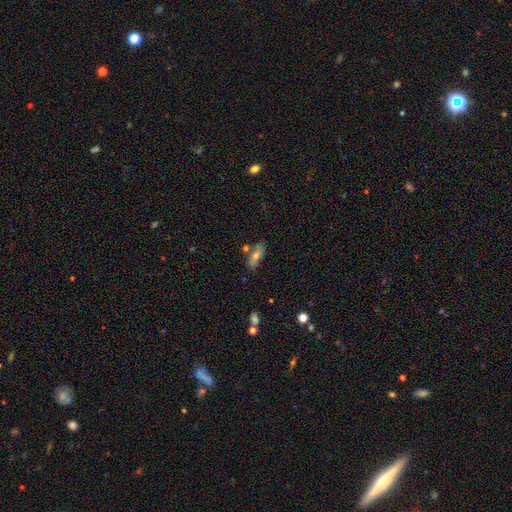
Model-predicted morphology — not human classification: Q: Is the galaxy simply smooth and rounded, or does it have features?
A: smooth — 56%.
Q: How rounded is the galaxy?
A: in between — 61%.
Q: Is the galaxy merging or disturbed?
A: none — 72%.